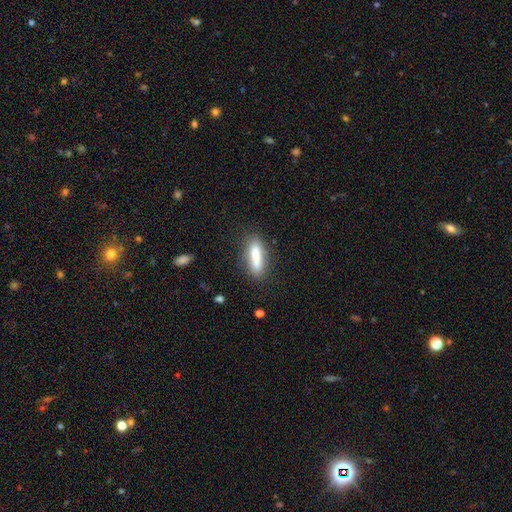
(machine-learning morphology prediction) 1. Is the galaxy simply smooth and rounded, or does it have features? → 74% smooth, 19% featured or disk, 7% star or artifact.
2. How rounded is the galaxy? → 64% cigar-shaped, 34% in between, 2% round.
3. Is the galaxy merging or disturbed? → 78% none, 14% minor disturbance, 4% major disturbance, 3% merger.